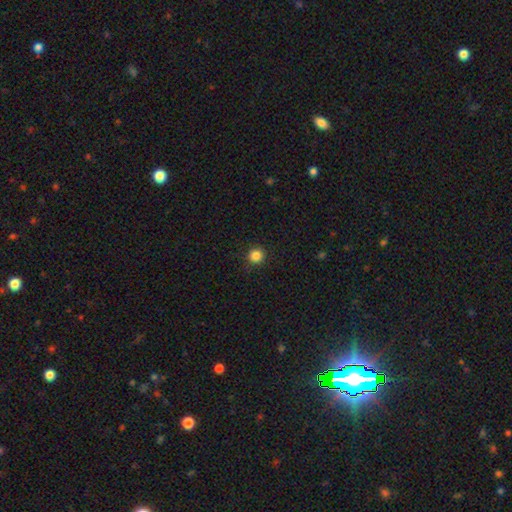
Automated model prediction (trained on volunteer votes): smooth_or_featured: smooth (p=0.85) [alt: star or artifact p=0.11]
how_rounded: round (p=0.95) [alt: in between p=0.04]
merging: none (p=0.90) [alt: minor disturbance p=0.06]